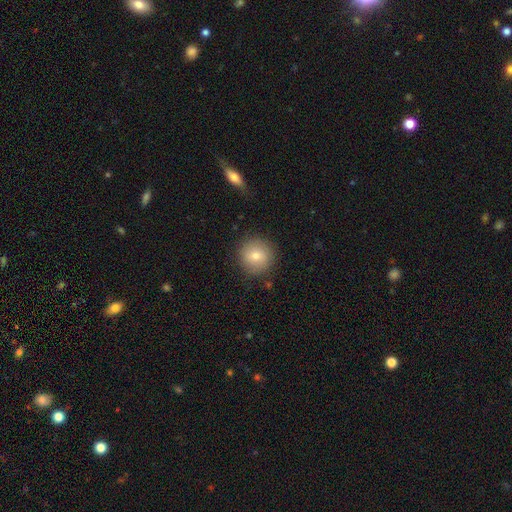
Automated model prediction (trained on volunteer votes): Morphology: type=smooth (77%); roundness=round (93%); merging=none (86%).